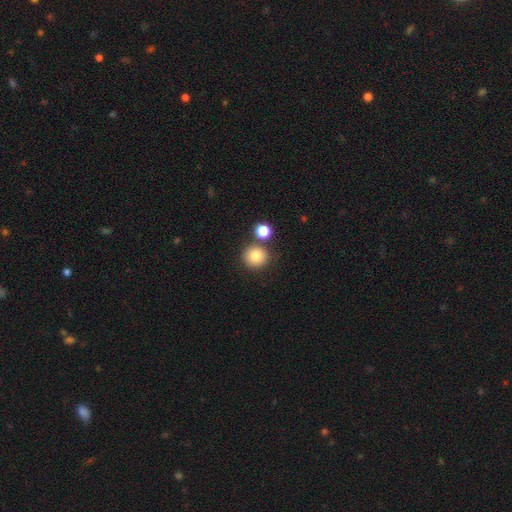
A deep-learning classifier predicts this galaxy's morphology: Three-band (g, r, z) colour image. It shows a smooth galaxy with no disk features (82%) that is round (91%). Merging: none (76%).